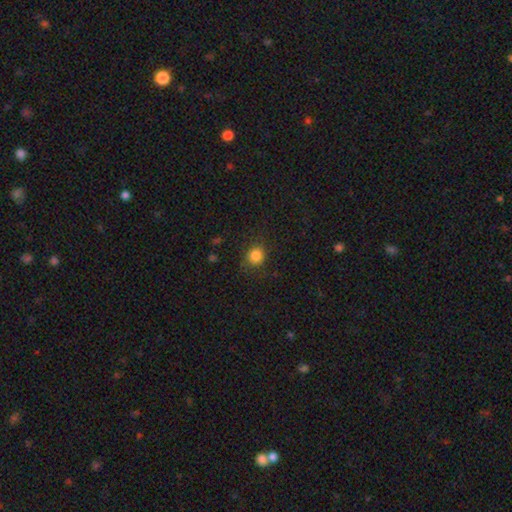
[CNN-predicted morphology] Smooth or featured?
  - smooth: 84% *
  - star or artifact: 11%
  - featured or disk: 5%
How rounded?
  - round: 86% *
  - in between: 13%
  - cigar-shaped: 1%
Merging?
  - none: 83% *
  - minor disturbance: 12%
  - major disturbance: 4%
  - merger: 1%